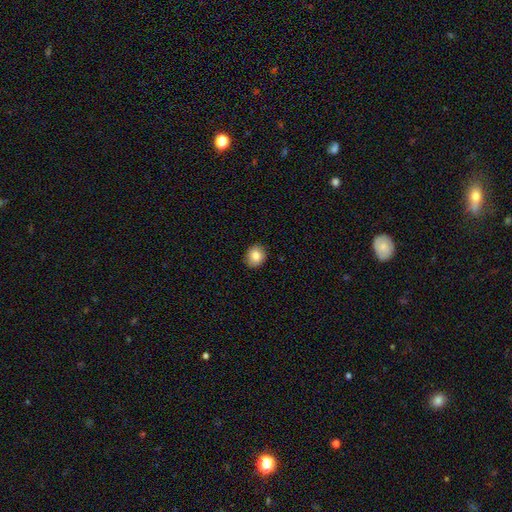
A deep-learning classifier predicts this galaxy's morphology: smooth-or-featured: smooth: 84% | star or artifact: 9% | featured or disk: 7%
  how-rounded: round: 68% | in between: 31% | cigar-shaped: 1%
  merging: none: 89% | minor disturbance: 8% | major disturbance: 2% | merger: 1%